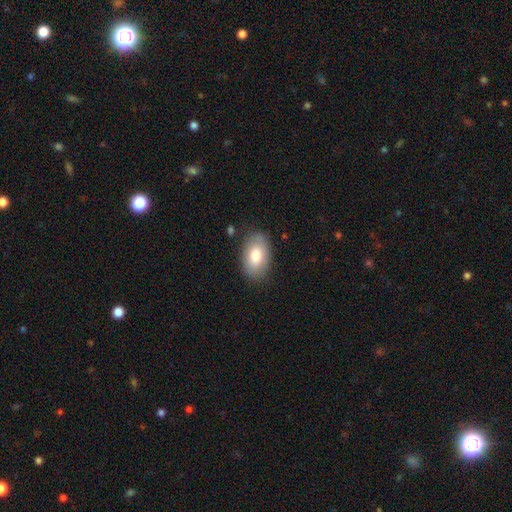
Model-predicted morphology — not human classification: Smooth or featured?
  - smooth: 79% *
  - featured or disk: 15%
  - star or artifact: 6%
How rounded?
  - in between: 93% *
  - round: 5%
  - cigar-shaped: 1%
Merging?
  - none: 82% *
  - minor disturbance: 13%
  - major disturbance: 3%
  - merger: 1%